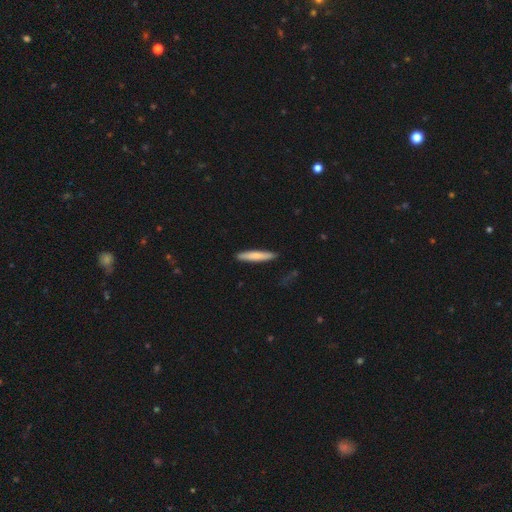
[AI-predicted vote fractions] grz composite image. It shows a smooth galaxy with no disk features (76%) that is cigar-shaped (92%). Merging: none (88%).